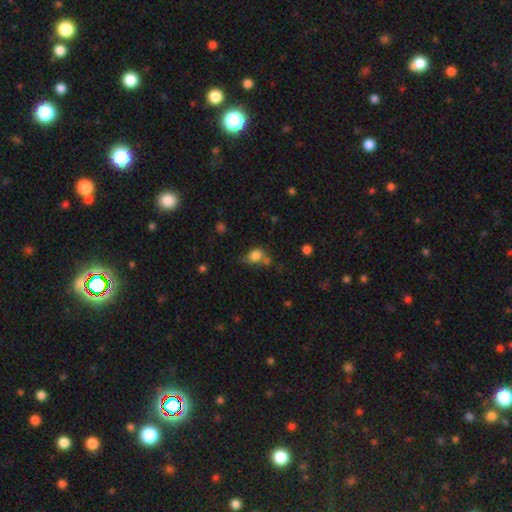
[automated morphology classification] This appears to be a smooth galaxy with no disk features (81%) that is in between round and cigar-shaped (61%). Merging: none (45%).